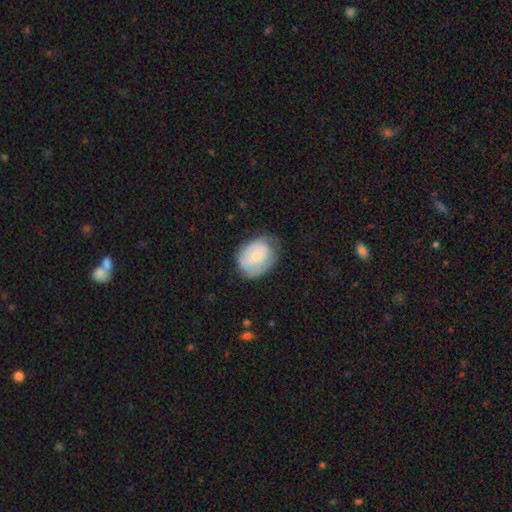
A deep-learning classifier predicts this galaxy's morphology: A smooth galaxy with no disk features (63%) that is in between round and cigar-shaped (63%). Merging: none (57%).